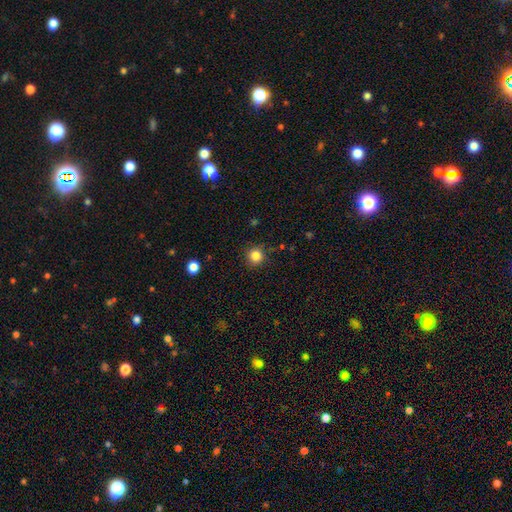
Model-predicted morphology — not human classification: smooth-or-featured: smooth: 83% | star or artifact: 12% | featured or disk: 5%
  how-rounded: round: 93% | in between: 6% | cigar-shaped: 1%
  merging: none: 87% | minor disturbance: 9% | major disturbance: 2% | merger: 1%